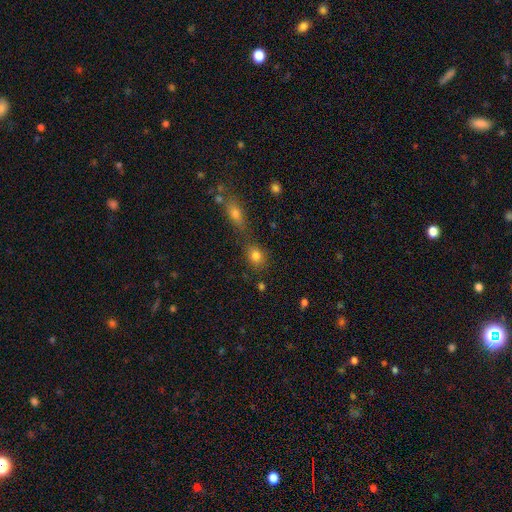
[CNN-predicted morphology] Q: Smooth or featured?
A: smooth (79%); runner-up: star or artifact (12%)
Q: How rounded?
A: round (56%); runner-up: in between (42%)
Q: Merging?
A: none (61%); runner-up: merger (23%)